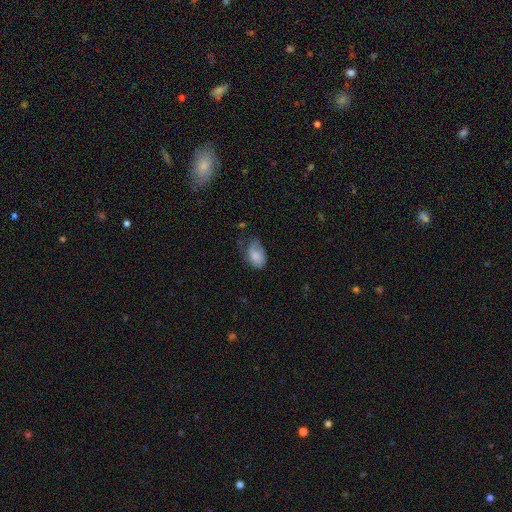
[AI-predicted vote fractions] Overall: smooth (70%). How rounded: in between (88%). Merging: minor disturbance (37%; none 34%).